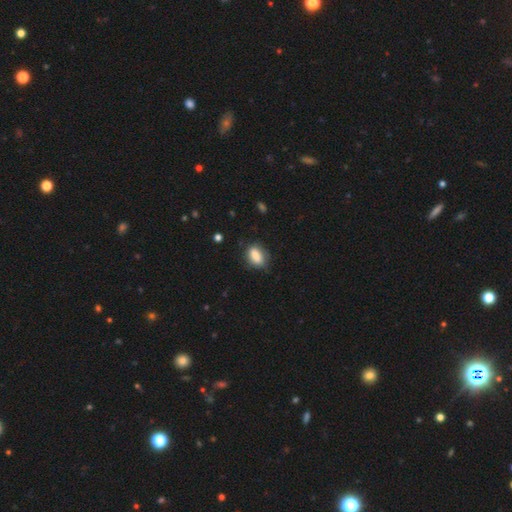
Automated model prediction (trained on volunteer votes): Smooth or featured? Predicted: smooth (p=0.85). How rounded? Predicted: in between (p=0.86). Merging? Predicted: none (p=0.72).